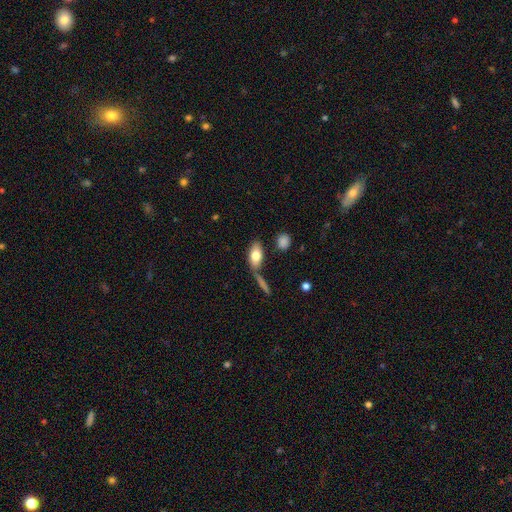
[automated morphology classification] This is likely a smooth galaxy (76%). How rounded: clearly in between (87%). Merging: likely none (62%).